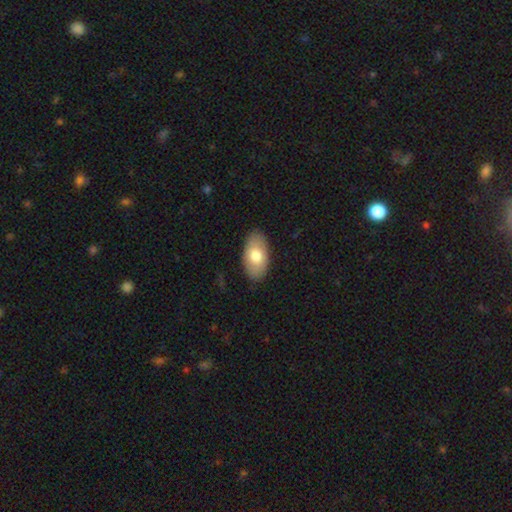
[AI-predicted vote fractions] smooth-or-featured: smooth: 74% | featured or disk: 20% | star or artifact: 5%
  how-rounded: in between: 95% | round: 3% | cigar-shaped: 2%
  merging: none: 86% | minor disturbance: 11% | major disturbance: 2% | merger: 1%